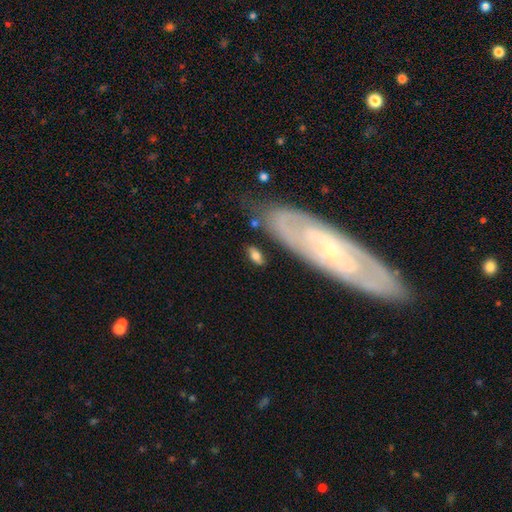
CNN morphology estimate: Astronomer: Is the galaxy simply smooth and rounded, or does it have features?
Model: smooth — 72%.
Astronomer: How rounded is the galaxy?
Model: in between — 85%.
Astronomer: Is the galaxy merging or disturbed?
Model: none — 74%.